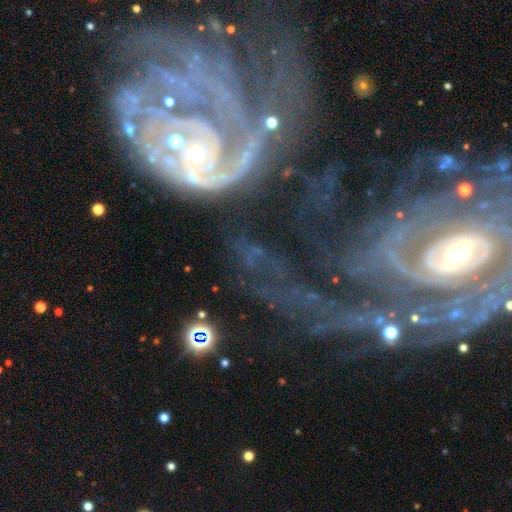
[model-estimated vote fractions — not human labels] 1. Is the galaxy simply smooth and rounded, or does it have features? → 75% featured or disk, 15% star or artifact, 11% smooth.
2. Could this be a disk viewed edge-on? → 95% no, 5% yes.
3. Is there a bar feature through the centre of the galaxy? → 56% no, 28% weak, 16% strong.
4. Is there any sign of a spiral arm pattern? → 87% yes, 13% no.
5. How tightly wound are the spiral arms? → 39% medium, 31% tight, 30% loose.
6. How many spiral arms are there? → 48% 2, 18% can't tell, 14% 1, 9% 3, 6% 4, 6% more than 4.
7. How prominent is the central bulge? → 53% small, 35% moderate, 5% none, 5% large, 3% dominant.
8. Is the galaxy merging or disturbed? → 34% major disturbance, 33% none, 18% merger, 15% minor disturbance.